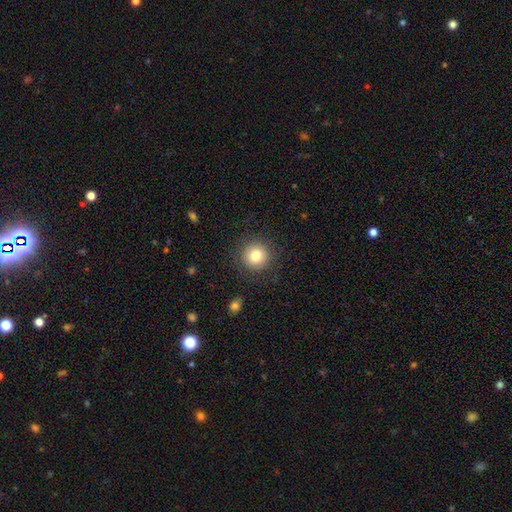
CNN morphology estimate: A smooth galaxy with no disk features (80%) that is round (94%). Merging: none (88%).